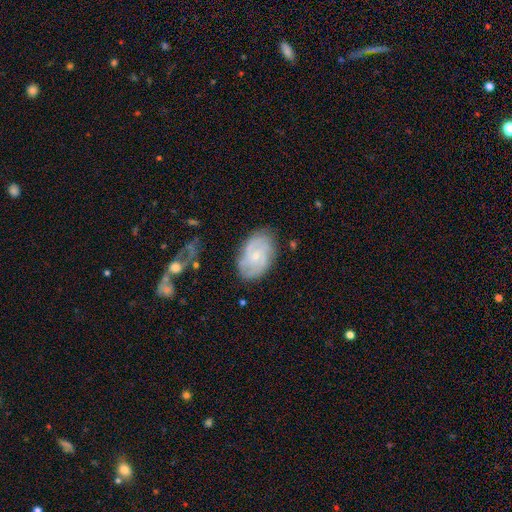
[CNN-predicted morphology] A featured or disk galaxy (76%) with no bar (69%), tight (52%) spiral arms (93%) and a small central bulge (75%). Merging: none (75%).